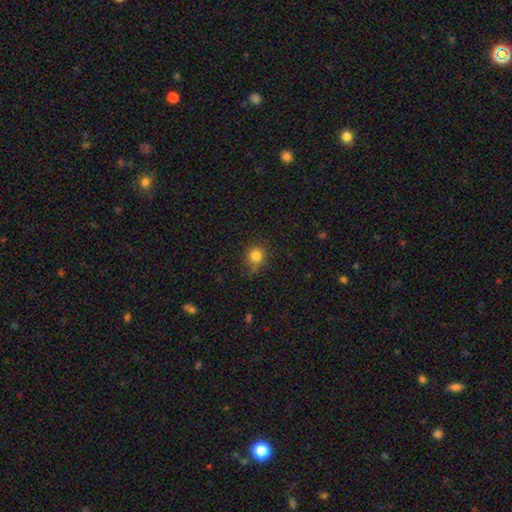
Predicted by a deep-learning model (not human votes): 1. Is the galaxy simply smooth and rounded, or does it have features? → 81% smooth, 12% star or artifact, 8% featured or disk.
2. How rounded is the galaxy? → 85% round, 14% in between, 1% cigar-shaped.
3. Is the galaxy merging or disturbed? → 64% none, 25% minor disturbance, 9% major disturbance, 2% merger.